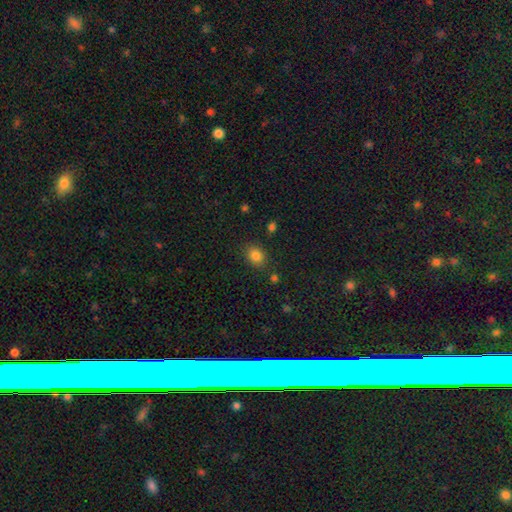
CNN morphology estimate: This is clearly a smooth galaxy (83%). How rounded: possibly in between (59%). Merging: clearly none (83%).